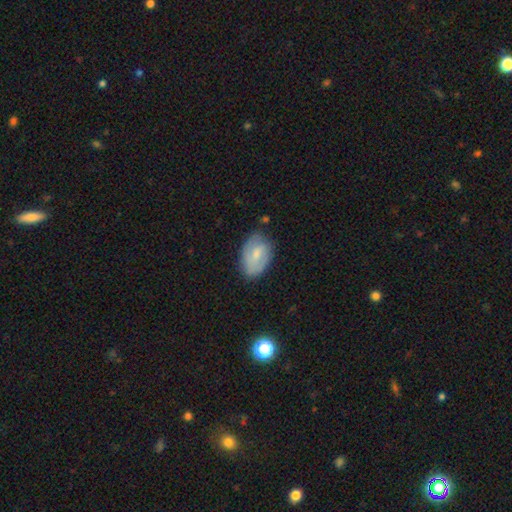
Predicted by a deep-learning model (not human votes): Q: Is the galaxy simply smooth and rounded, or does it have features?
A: smooth — 50%.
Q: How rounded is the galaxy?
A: in between — 87%.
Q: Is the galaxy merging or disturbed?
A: none — 69%.